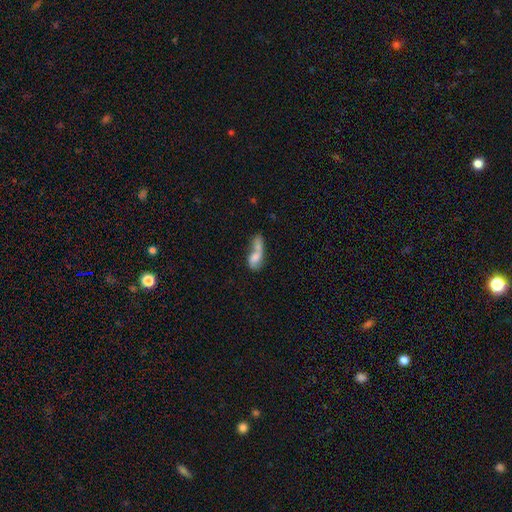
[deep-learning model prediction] A smooth galaxy with no disk features (63%) that is in between round and cigar-shaped (70%). Merging: merger (58%).